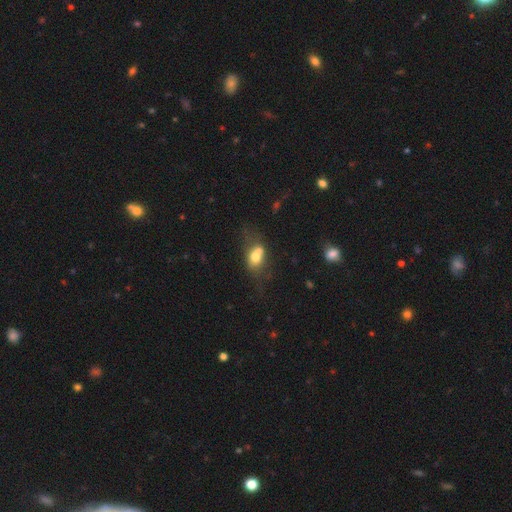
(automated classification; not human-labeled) Q: Smooth or featured?
A: smooth (65%); runner-up: featured or disk (25%)
Q: How rounded?
A: in between (68%); runner-up: round (29%)
Q: Merging?
A: merger (44%); runner-up: none (27%)